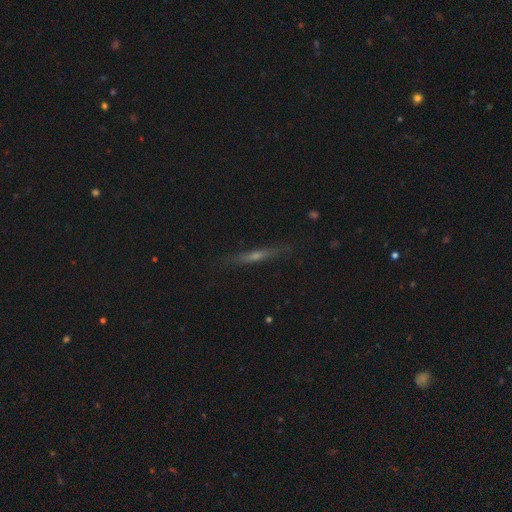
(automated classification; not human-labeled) This is likely a featured or disk galaxy (61%). It is clearly viewed edge-on (94%). Edge-on bulge: likely rounded (65%). Merging: clearly none (86%).